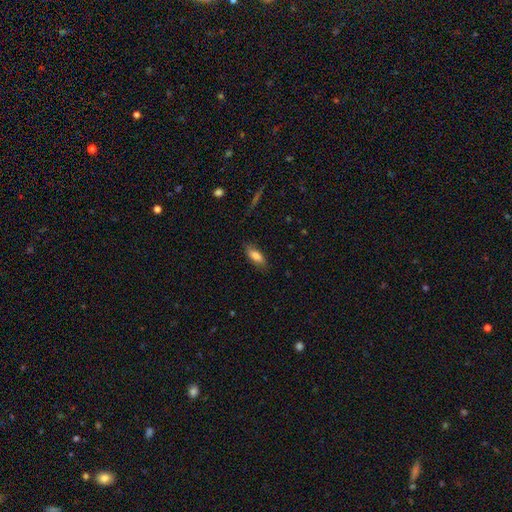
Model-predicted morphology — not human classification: smooth-or-featured: smooth: 80% | featured or disk: 12% | star or artifact: 7%
  how-rounded: in between: 75% | cigar-shaped: 23% | round: 2%
  merging: none: 79% | minor disturbance: 16% | major disturbance: 4% | merger: 1%